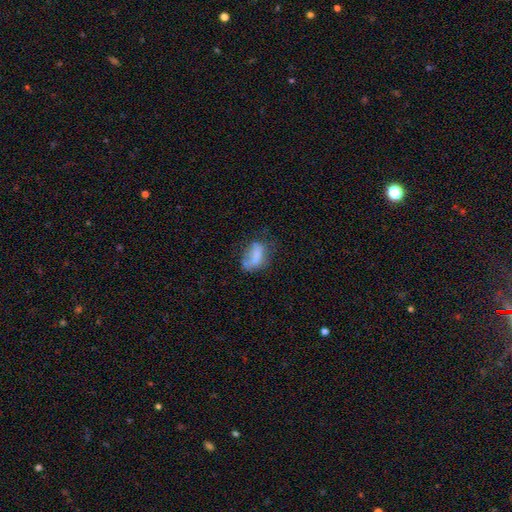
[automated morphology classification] smooth_or_featured: smooth (p=0.66) [alt: featured or disk p=0.23]
how_rounded: in between (p=0.85) [alt: round p=0.12]
merging: none (p=0.36) [alt: minor disturbance p=0.29]